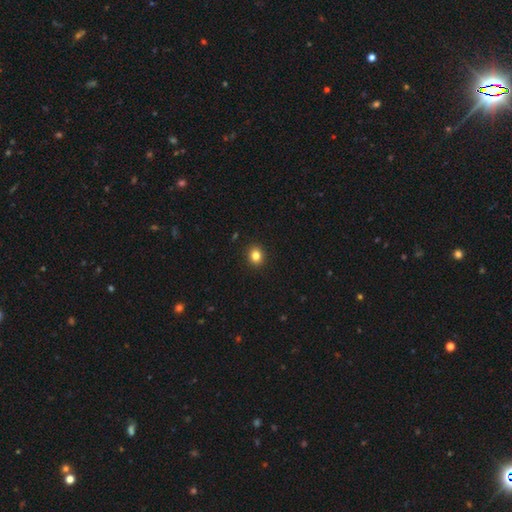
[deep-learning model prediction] Smooth or featured: smooth — 83% (star or artifact — 11%)
How rounded: round — 71% (in between — 28%)
Merging: none — 92% (minor disturbance — 6%)